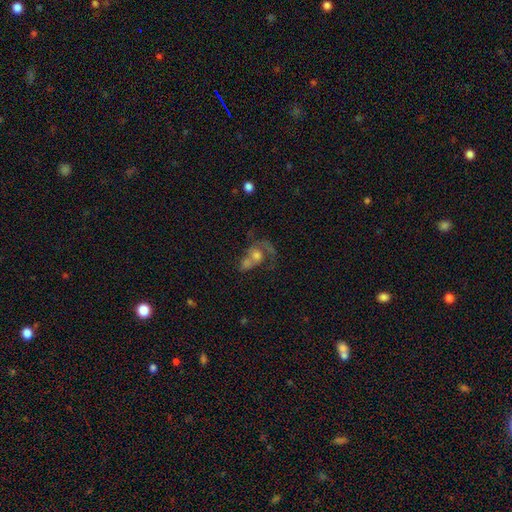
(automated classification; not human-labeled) This appears to be a featured or disk galaxy (50%). Merging: merger (54%).